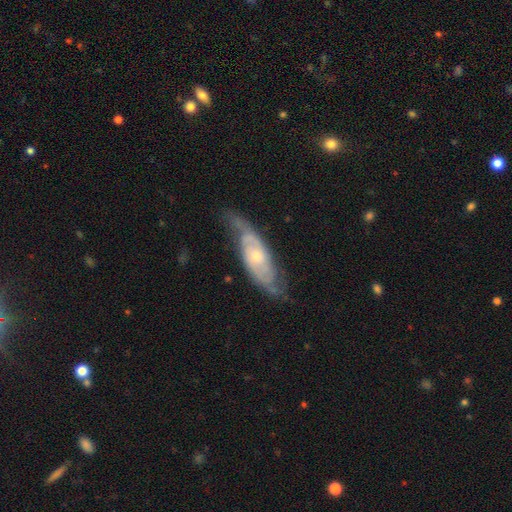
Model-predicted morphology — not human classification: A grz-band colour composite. It shows a featured or disk galaxy (79%) with no bar (72%), 2 (64%) tight (44%) spiral arms (90%) and a small central bulge (59%). Merging: none (66%).